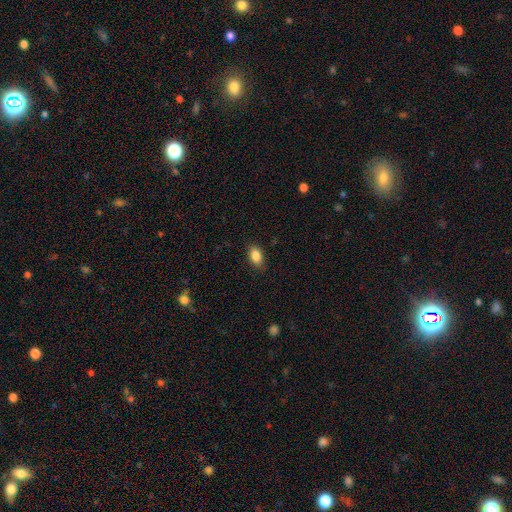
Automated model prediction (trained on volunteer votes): This appears to be a smooth galaxy with no disk features (87%) that is in between round and cigar-shaped (89%). Merging: none (87%).